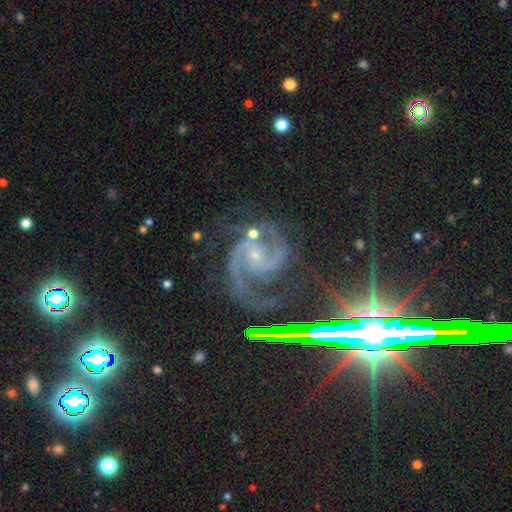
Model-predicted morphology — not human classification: Smooth or featured: featured or disk — 86% (star or artifact — 11%)
Edge-on disk: no — 98% (yes — 2%)
Bar: no — 52% (weak — 31%)
Spiral arms: yes — 98% (no — 2%)
Spiral winding: medium — 60% (tight — 27%)
Spiral arm count: 2 — 83% (3 — 7%)
Bulge size: small — 76% (moderate — 18%)
Merging: none — 62% (minor disturbance — 19%)